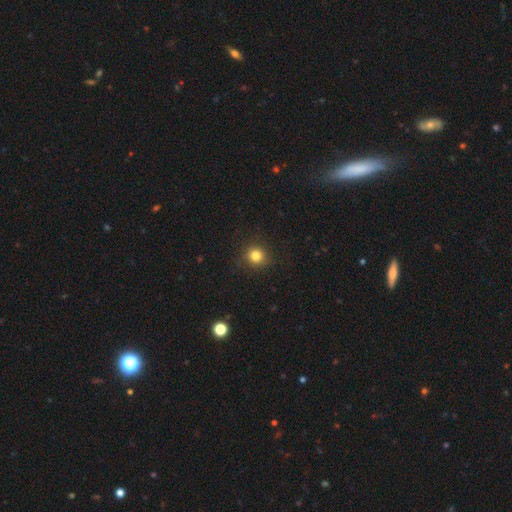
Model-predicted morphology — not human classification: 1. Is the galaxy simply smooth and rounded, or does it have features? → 82% smooth, 13% star or artifact, 5% featured or disk.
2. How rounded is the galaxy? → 91% round, 9% in between, 1% cigar-shaped.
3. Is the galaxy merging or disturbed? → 90% none, 7% minor disturbance, 2% major disturbance, 1% merger.